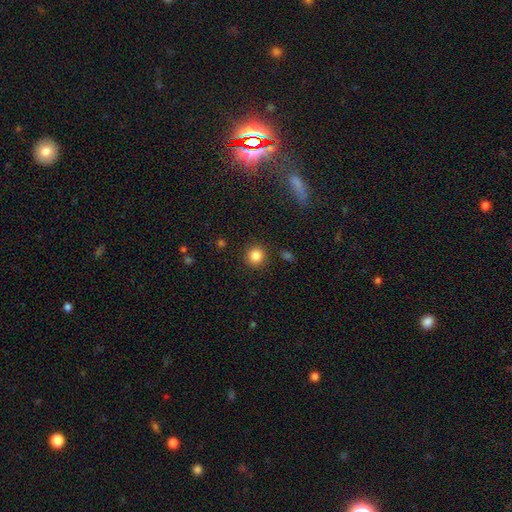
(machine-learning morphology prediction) A smooth galaxy with no disk features (85%) that is round (92%). Merging: none (89%).